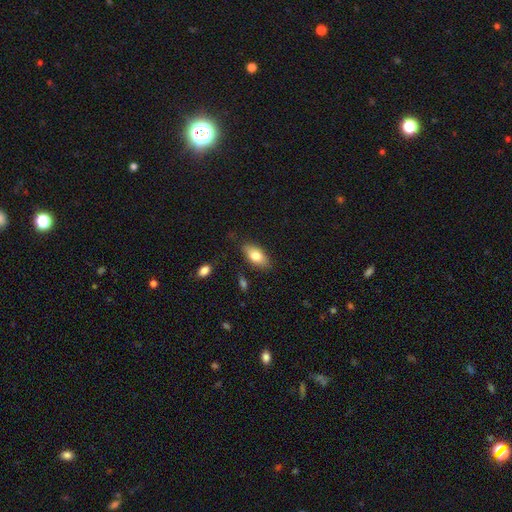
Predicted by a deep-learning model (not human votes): The model was most divided on "smooth or featured": smooth: 78%, featured or disk: 16%, star or artifact: 7%. More confident: how rounded — in between (88%); merging — none (83%).